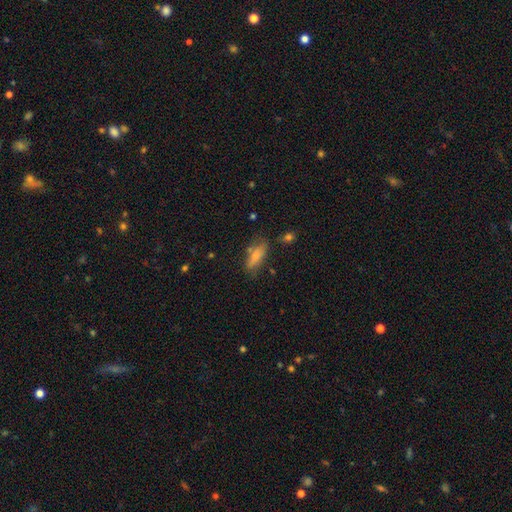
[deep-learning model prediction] Smooth or featured? Predicted: smooth (p=0.72). How rounded? Predicted: in between (p=0.67). Merging? Predicted: none (p=0.68).